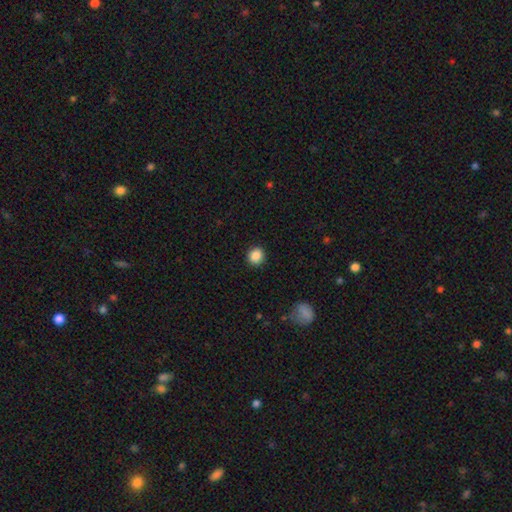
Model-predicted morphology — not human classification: smooth_or_featured: smooth (p=0.87) [alt: star or artifact p=0.10]
how_rounded: round (p=0.86) [alt: in between p=0.13]
merging: none (p=0.91) [alt: minor disturbance p=0.06]